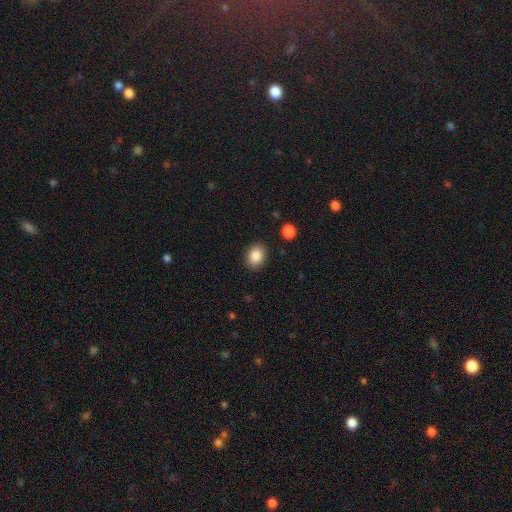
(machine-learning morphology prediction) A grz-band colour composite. It shows a smooth galaxy with no disk features (87%) that is in between round and cigar-shaped (55%). Merging: none (88%).